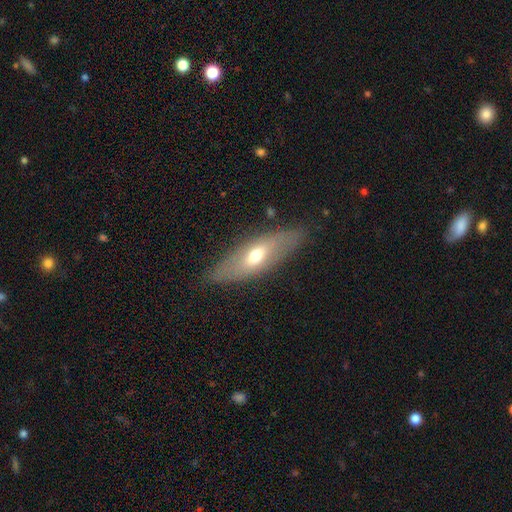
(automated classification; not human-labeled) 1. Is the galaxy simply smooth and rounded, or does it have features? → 51% smooth, 42% featured or disk, 7% star or artifact.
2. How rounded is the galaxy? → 60% in between, 37% cigar-shaped, 3% round.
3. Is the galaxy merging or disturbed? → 83% none, 12% minor disturbance, 4% major disturbance, 1% merger.